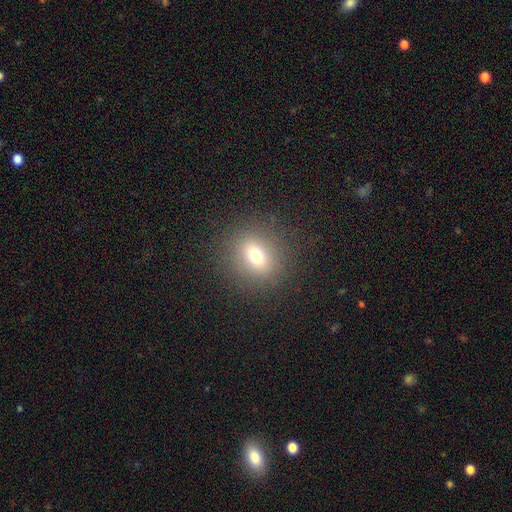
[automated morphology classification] smooth-or-featured: smooth: 70% | star or artifact: 17% | featured or disk: 14%
  how-rounded: round: 71% | in between: 27% | cigar-shaped: 1%
  merging: none: 87% | minor disturbance: 7% | major disturbance: 4% | merger: 1%